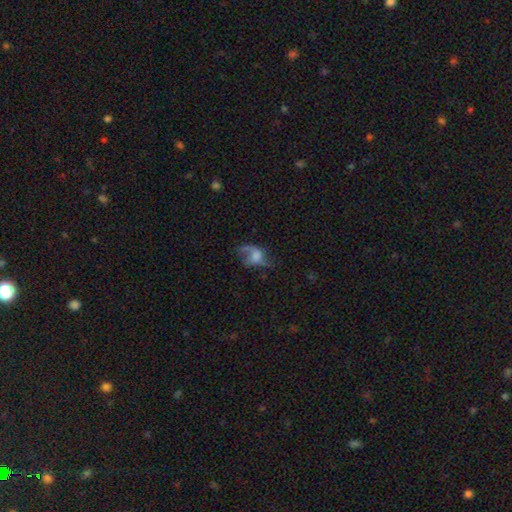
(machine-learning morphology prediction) smooth_or_featured: featured or disk (p=0.48) [alt: smooth p=0.40]
merging: major disturbance (p=0.39) [alt: none p=0.35]